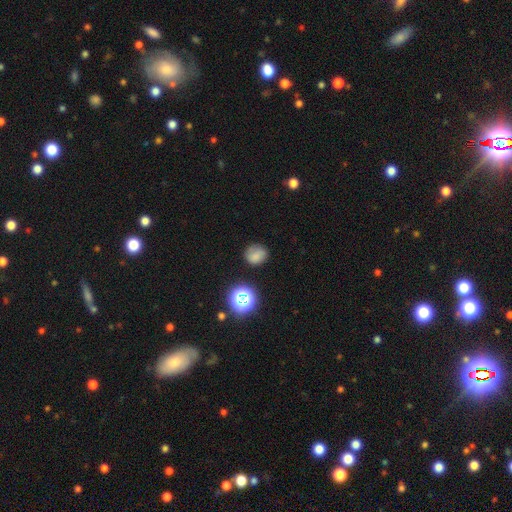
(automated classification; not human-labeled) A smooth galaxy with no disk features (73%) that is round (75%). Merging: none (73%).